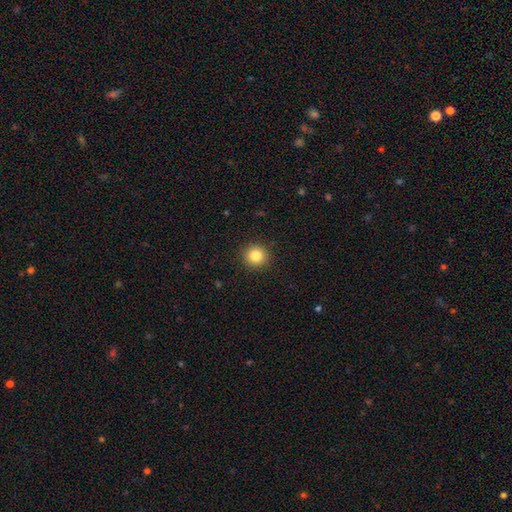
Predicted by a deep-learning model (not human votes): Morphology: type=smooth (84%); roundness=round (94%); merging=none (92%).